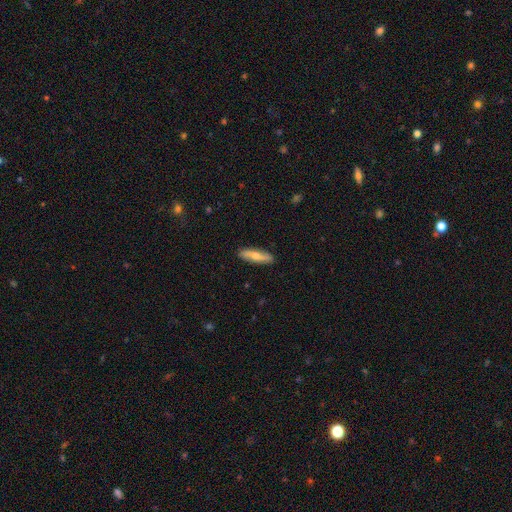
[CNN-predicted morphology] Smooth or featured? Predicted: smooth (p=0.56). How rounded? Predicted: cigar-shaped (p=0.73). Merging? Predicted: none (p=0.89).